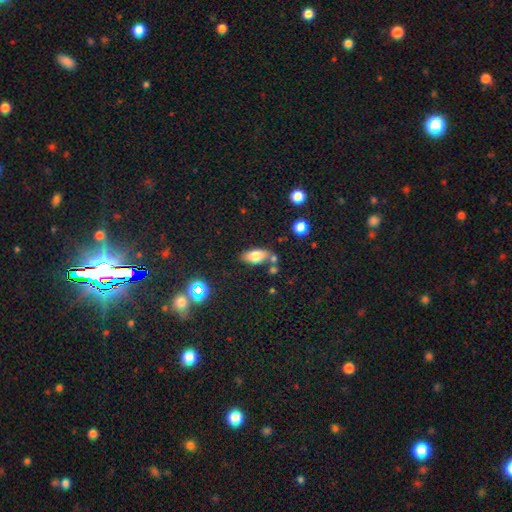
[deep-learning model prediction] Smooth or featured? smooth (75%)
How rounded? in between (88%)
Merging? none (66%)